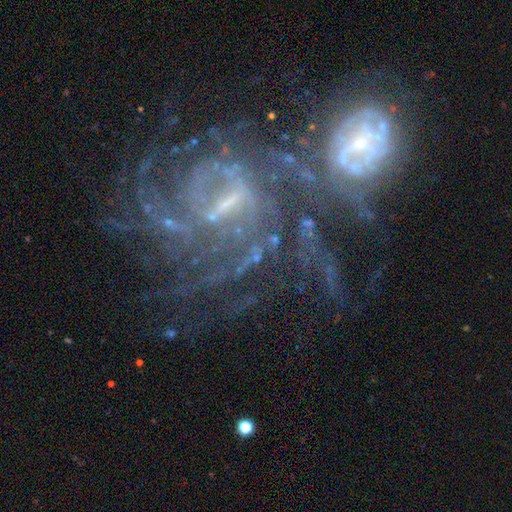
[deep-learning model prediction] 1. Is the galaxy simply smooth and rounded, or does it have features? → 80% featured or disk, 13% star or artifact, 7% smooth.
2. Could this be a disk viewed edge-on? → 97% no, 3% yes.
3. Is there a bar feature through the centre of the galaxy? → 49% strong, 35% weak, 16% no.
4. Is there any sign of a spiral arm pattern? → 91% yes, 9% no.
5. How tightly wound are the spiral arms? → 43% tight, 39% medium, 18% loose.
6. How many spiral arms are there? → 28% can't tell (tied), 28% 2 (tied), 14% 3, 11% 4, 9% more than 4, 9% 1.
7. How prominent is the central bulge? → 52% small, 23% none, 20% moderate, 3% large, 2% dominant.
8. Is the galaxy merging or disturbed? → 53% none, 21% major disturbance, 18% minor disturbance, 9% merger.